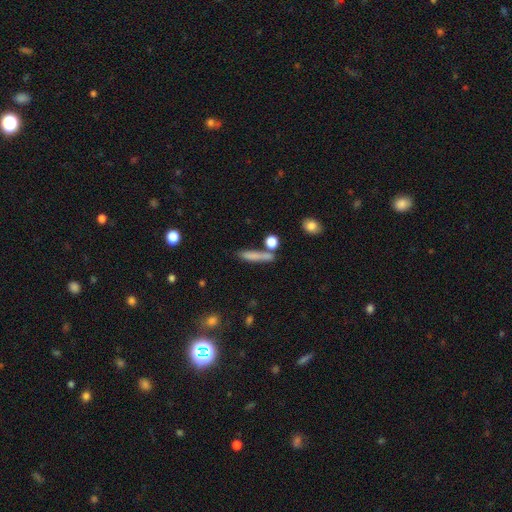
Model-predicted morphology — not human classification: A smooth galaxy with no disk features (72%) that is cigar-shaped (83%).

Vote fractions:
- Smooth or featured? smooth: 72% / featured or disk: 18% / star or artifact: 10%
- How rounded? cigar-shaped: 83% / in between: 13% / round: 5%
- Merging? none: 68% / minor disturbance: 14% / merger: 13% / major disturbance: 5%